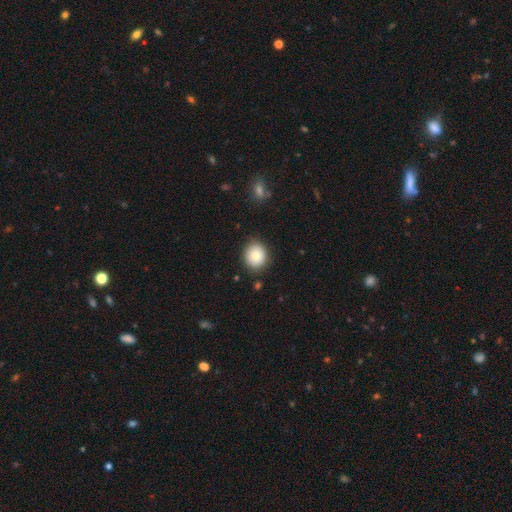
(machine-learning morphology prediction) smooth 81%, featured or disk 10%, star or artifact 9%. Down the decision tree: how rounded — round (82%); merging — none (86%).